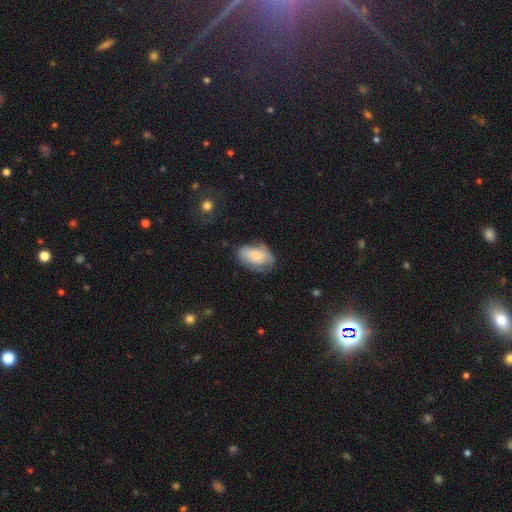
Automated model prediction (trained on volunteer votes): Q: Smooth or featured?
A: smooth (68%); runner-up: featured or disk (24%)
Q: How rounded?
A: in between (91%); runner-up: round (7%)
Q: Merging?
A: none (51%); runner-up: minor disturbance (32%)